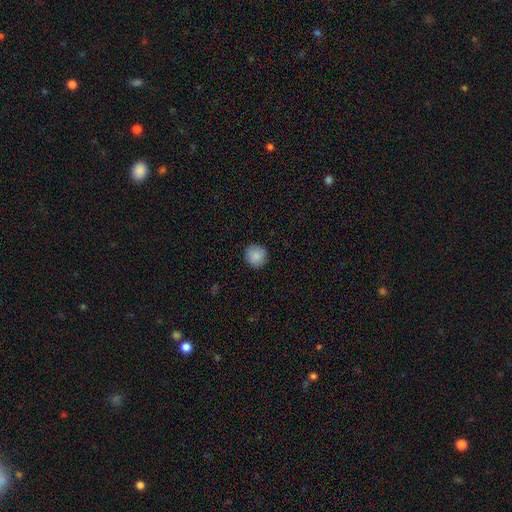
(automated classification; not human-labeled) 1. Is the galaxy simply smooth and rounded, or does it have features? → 87% smooth, 8% star or artifact, 5% featured or disk.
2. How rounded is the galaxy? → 93% round, 6% in between, 1% cigar-shaped.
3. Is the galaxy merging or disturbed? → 89% none, 8% minor disturbance, 2% major disturbance, 1% merger.